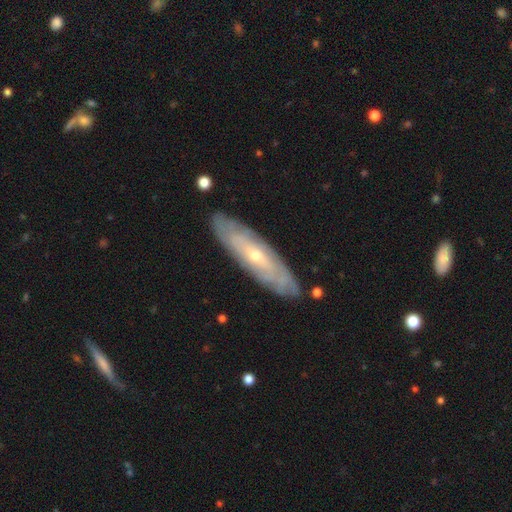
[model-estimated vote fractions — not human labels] Smooth or featured: featured or disk — 71% (smooth — 24%)
Edge-on disk: no — 69% (yes — 31%)
Merging: none — 84% (minor disturbance — 12%)